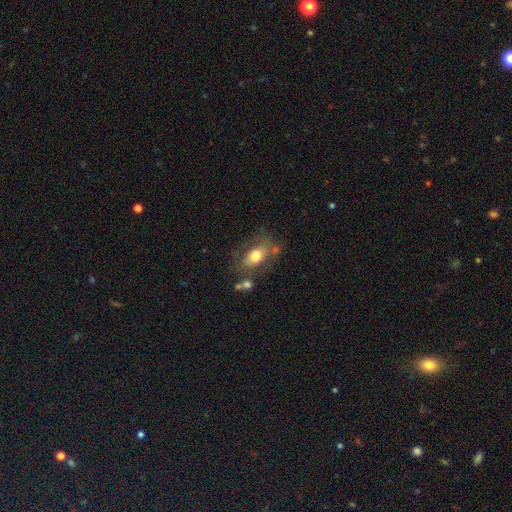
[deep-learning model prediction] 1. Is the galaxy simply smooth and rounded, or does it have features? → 59% smooth, 34% featured or disk, 8% star or artifact.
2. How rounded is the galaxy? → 84% in between, 13% round, 3% cigar-shaped.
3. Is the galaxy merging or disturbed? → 56% none, 21% minor disturbance, 12% major disturbance, 11% merger.